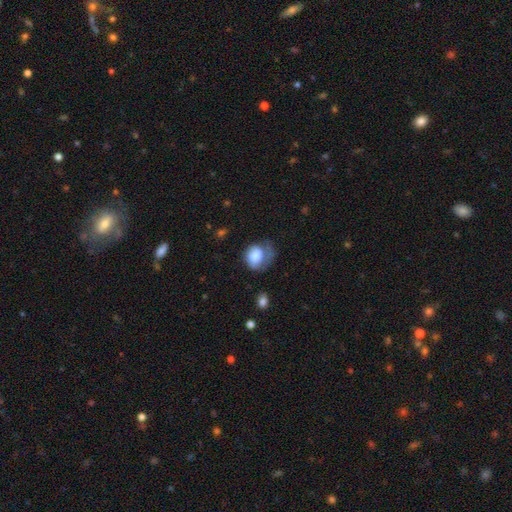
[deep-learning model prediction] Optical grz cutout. It shows a smooth galaxy with no disk features (75%) that is round (58%). Merging: major disturbance (35%).